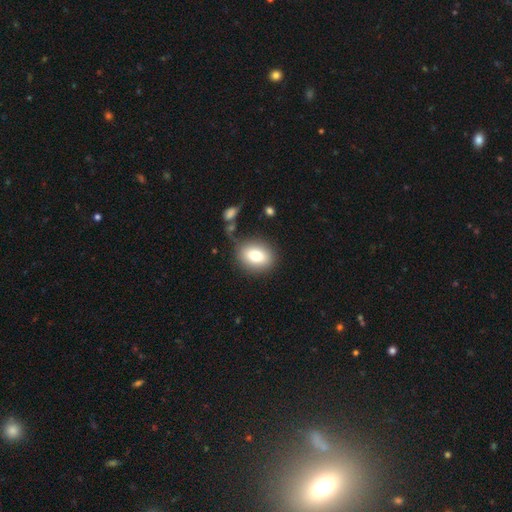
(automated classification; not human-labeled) This appears to be a smooth galaxy with no disk features (77%) that is in between round and cigar-shaped (57%). Merging: none (79%).